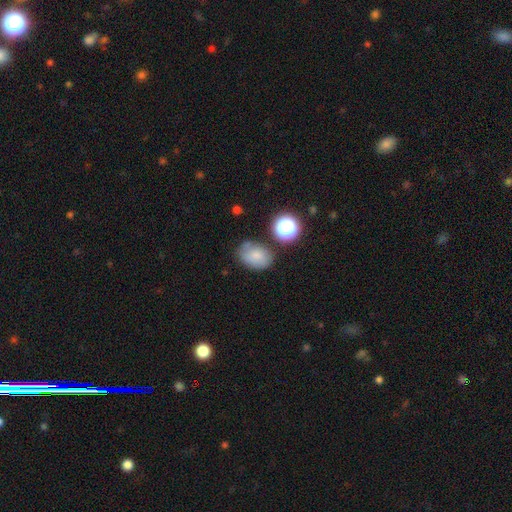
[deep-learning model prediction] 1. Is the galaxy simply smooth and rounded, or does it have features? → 73% smooth, 15% featured or disk, 12% star or artifact.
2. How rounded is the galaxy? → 71% in between, 28% round, 1% cigar-shaped.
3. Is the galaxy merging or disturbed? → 61% none, 23% minor disturbance, 8% merger, 7% major disturbance.